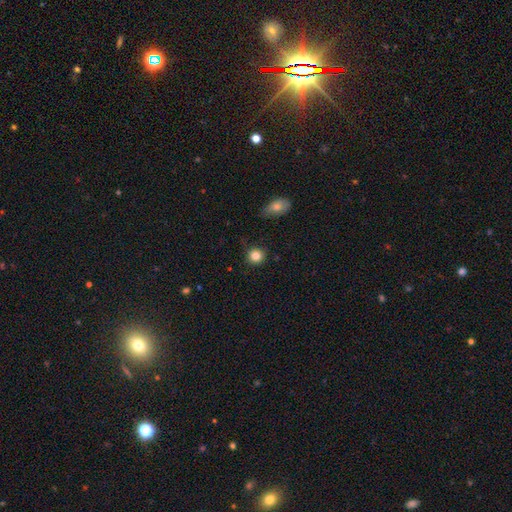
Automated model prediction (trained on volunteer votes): Q: Smooth or featured?
A: smooth (84%); runner-up: star or artifact (10%)
Q: How rounded?
A: round (90%); runner-up: in between (9%)
Q: Merging?
A: none (88%); runner-up: minor disturbance (8%)